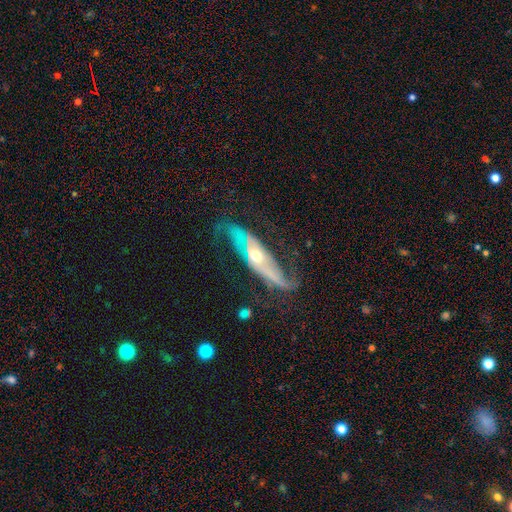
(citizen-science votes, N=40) featured or disk 90%, smooth 8%, star or artifact 2%. Down the decision tree: edge-on disk — no (86%); bar — no (45%); spiral arms — yes (97%); spiral arm count — 2 (97%); spiral winding — loose (40%); bulge size — moderate (55%); merging — none (77%).